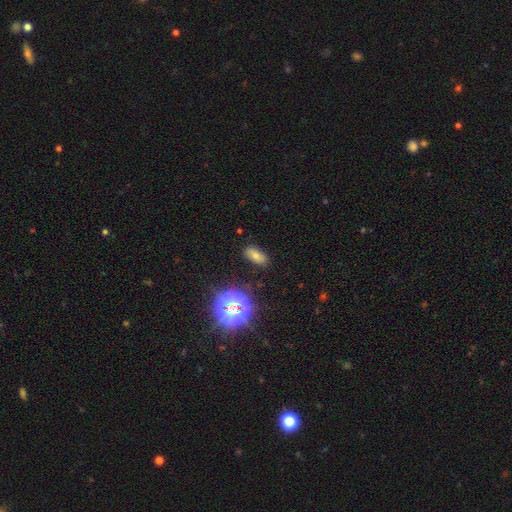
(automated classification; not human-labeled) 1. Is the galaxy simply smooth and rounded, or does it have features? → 62% smooth, 24% star or artifact, 13% featured or disk.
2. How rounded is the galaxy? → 89% in between, 6% cigar-shaped, 6% round.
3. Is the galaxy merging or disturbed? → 85% none, 10% minor disturbance, 3% major disturbance, 2% merger.